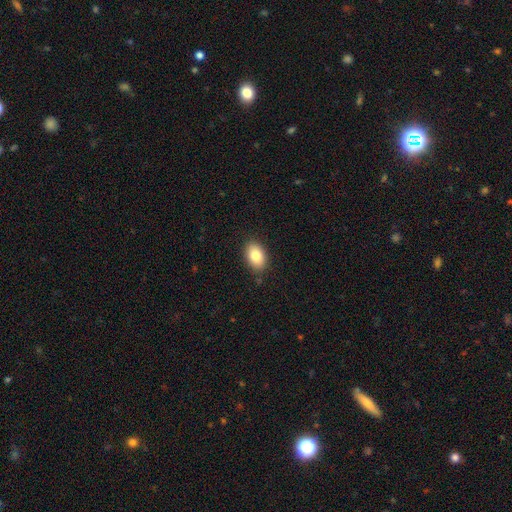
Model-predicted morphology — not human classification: A smooth galaxy with no disk features (83%) that is in between round and cigar-shaped (88%).

Vote fractions:
- Smooth or featured? smooth: 83% / featured or disk: 9% / star or artifact: 8%
- How rounded? in between: 88% / round: 10% / cigar-shaped: 1%
- Merging? none: 87% / minor disturbance: 10% / major disturbance: 2% / merger: 1%